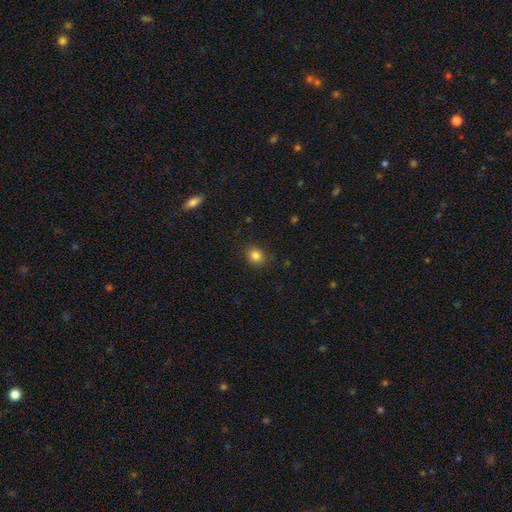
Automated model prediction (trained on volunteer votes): The model was most divided on "how rounded": round: 83%, in between: 16%, cigar-shaped: 1%. More confident: merging — none (87%); smooth or featured — smooth (84%).